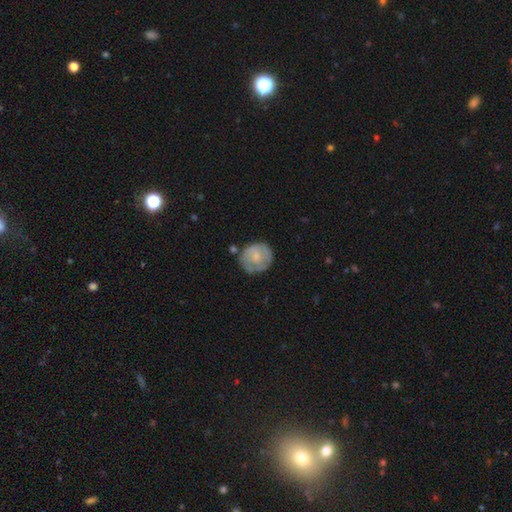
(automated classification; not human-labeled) smooth 54%, featured or disk 40%, star or artifact 6%. Down the decision tree: how rounded — round (85%); merging — none (62%).